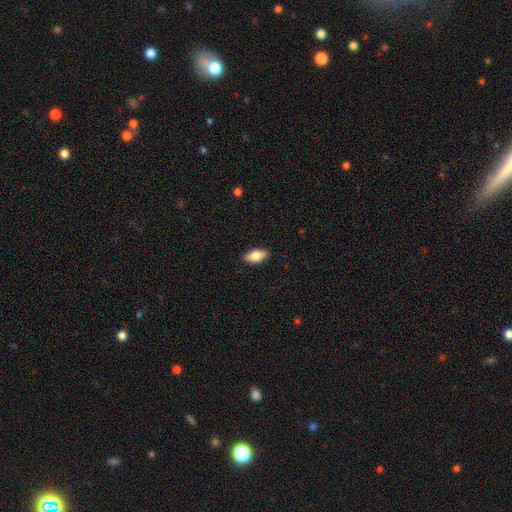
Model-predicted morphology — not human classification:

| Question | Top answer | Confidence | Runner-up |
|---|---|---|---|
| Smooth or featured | smooth | 81% | featured or disk (13%) |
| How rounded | in between | 89% | cigar-shaped (7%) |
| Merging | none | 88% | minor disturbance (10%) |